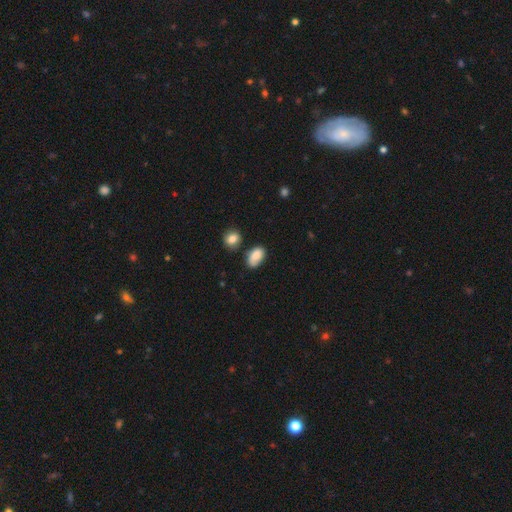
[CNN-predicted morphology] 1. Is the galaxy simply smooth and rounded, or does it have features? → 81% smooth, 10% featured or disk, 8% star or artifact.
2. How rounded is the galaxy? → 89% in between, 9% round, 2% cigar-shaped.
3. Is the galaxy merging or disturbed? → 57% none, 27% minor disturbance, 9% merger, 7% major disturbance.